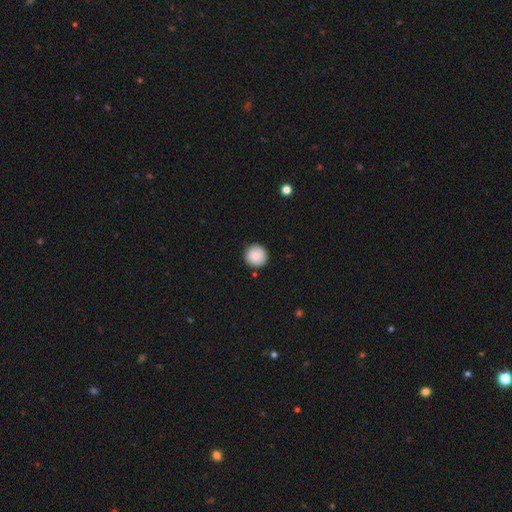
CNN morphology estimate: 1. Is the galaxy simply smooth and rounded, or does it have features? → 87% smooth, 8% star or artifact, 5% featured or disk.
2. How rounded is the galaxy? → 96% round, 3% in between, 1% cigar-shaped.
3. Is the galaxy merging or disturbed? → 90% none, 7% minor disturbance, 2% major disturbance, 2% merger.